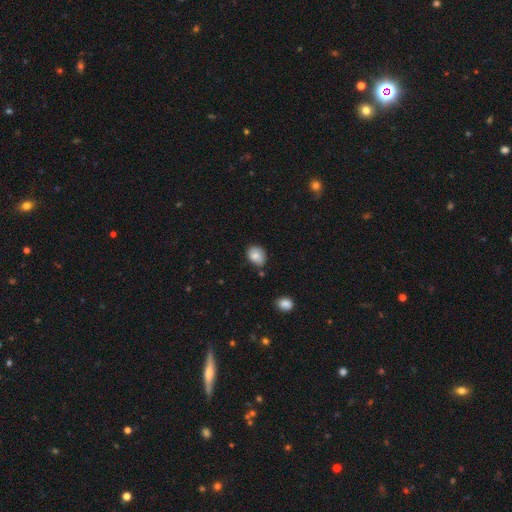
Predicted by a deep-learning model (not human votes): The model was most divided on "how rounded": in between: 61%, round: 38%, cigar-shaped: 1%. More confident: smooth or featured — smooth (79%); merging — none (63%).